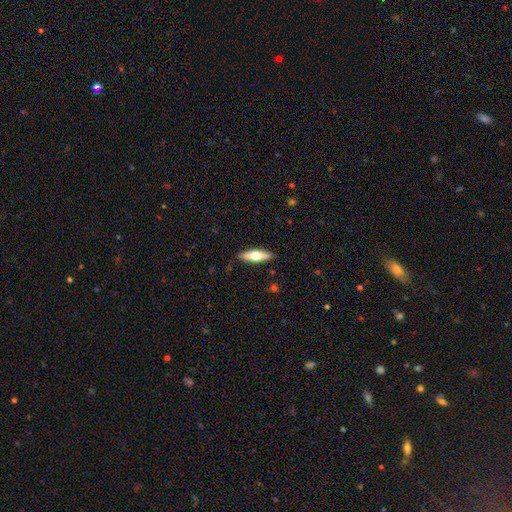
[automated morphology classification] Overall: smooth (52%; featured or disk 43%). How rounded: cigar-shaped (60%; in between 38%). Merging: none (89%).